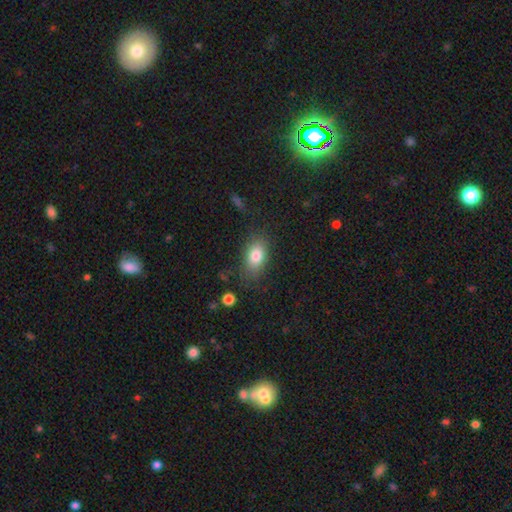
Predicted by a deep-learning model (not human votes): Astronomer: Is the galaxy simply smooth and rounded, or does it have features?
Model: smooth — 80%.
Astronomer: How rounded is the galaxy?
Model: in between — 85%.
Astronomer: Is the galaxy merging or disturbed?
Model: none — 78%.